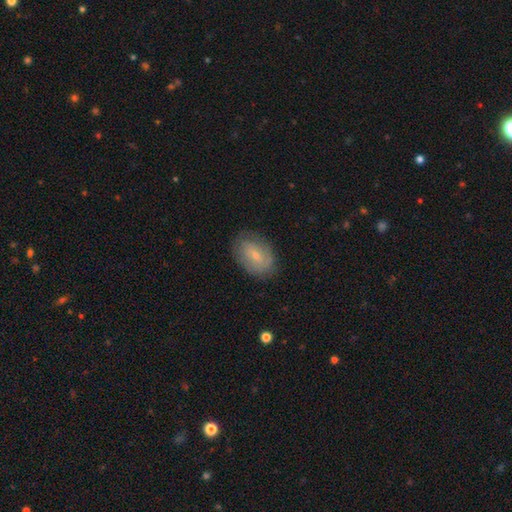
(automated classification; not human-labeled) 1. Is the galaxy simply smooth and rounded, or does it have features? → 53% smooth, 40% featured or disk, 8% star or artifact.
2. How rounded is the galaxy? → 83% in between, 15% round, 2% cigar-shaped.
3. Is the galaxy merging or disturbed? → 79% none, 15% minor disturbance, 5% major disturbance, 1% merger.